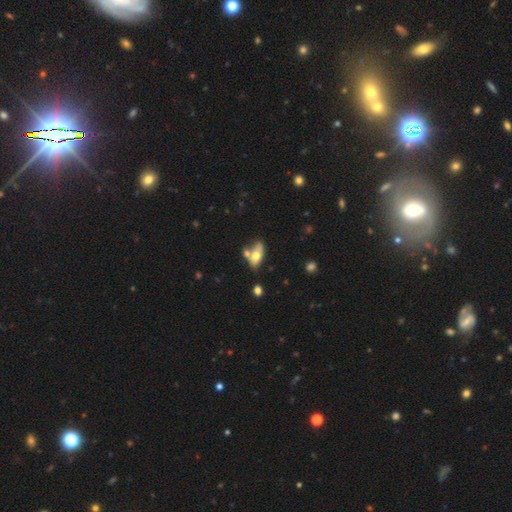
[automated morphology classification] Smooth or featured? Predicted: smooth (p=0.60). How rounded? Predicted: in between (p=0.83). Merging? Predicted: none (p=0.45).